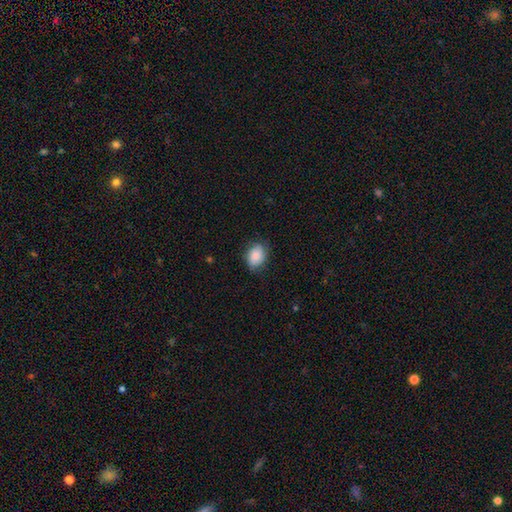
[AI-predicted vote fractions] Morphology: type=smooth (86%); roundness=in between (73%); merging=none (76%).